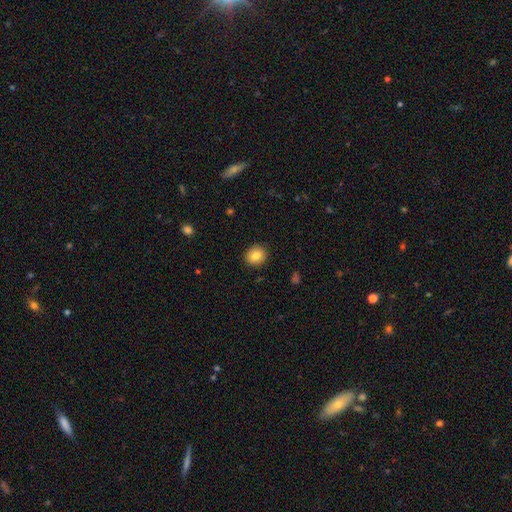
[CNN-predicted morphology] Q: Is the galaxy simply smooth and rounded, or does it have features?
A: smooth — 83%.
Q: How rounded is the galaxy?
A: round — 78%.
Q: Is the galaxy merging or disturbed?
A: none — 90%.